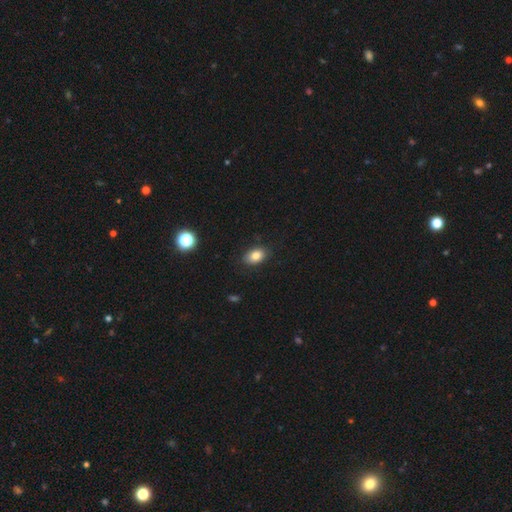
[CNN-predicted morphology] smooth-or-featured: smooth: 83% | star or artifact: 9% | featured or disk: 8%
  how-rounded: in between: 85% | round: 14% | cigar-shaped: 1%
  merging: none: 85% | minor disturbance: 11% | major disturbance: 3% | merger: 1%